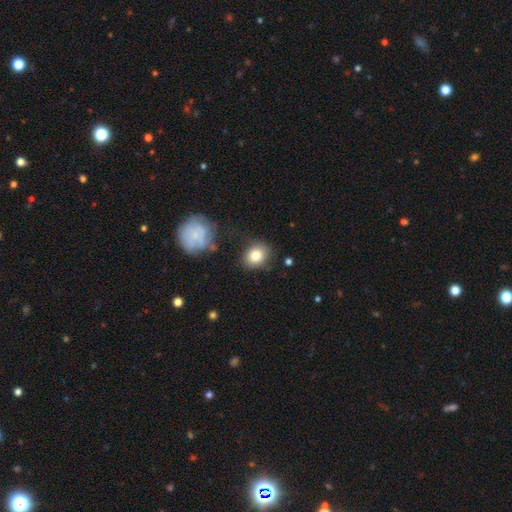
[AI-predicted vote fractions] A smooth galaxy with no disk features (79%) that is round (63%). Merging: none (80%).